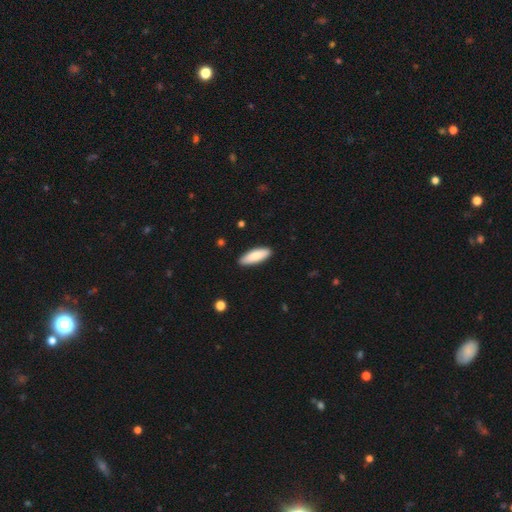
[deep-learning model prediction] This is clearly a smooth galaxy (85%). How rounded: possibly in between (58%). Merging: clearly none (90%).